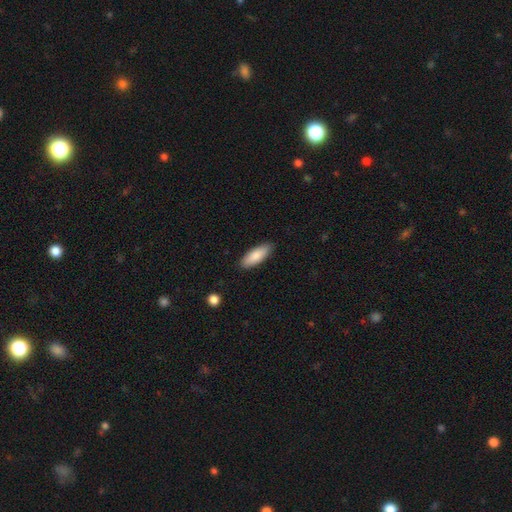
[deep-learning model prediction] A smooth galaxy with no disk features (85%) that is in between round and cigar-shaped (66%).

Vote fractions:
- Smooth or featured? smooth: 85% / featured or disk: 10% / star or artifact: 6%
- How rounded? in between: 66% / cigar-shaped: 32% / round: 2%
- Merging? none: 88% / minor disturbance: 9% / major disturbance: 2% / merger: 1%